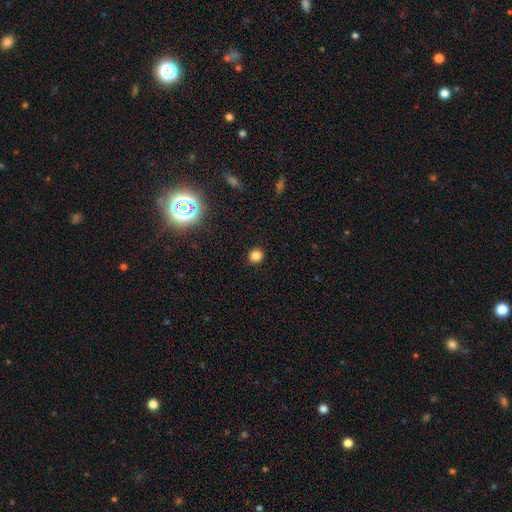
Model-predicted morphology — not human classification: This appears to be a smooth galaxy with no disk features (82%) that is round (90%). Merging: none (91%).